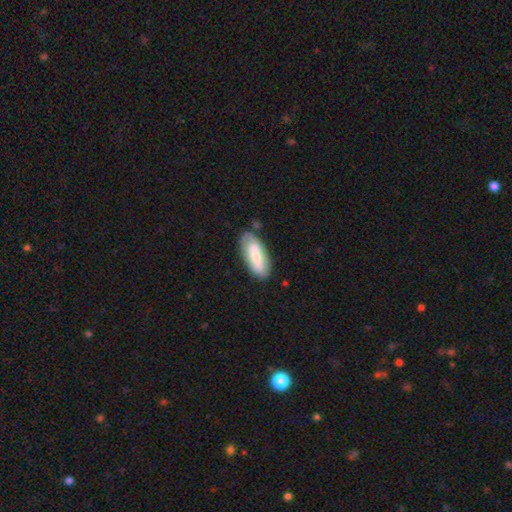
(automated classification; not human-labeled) A smooth galaxy with no disk features (66%) that is in between round and cigar-shaped (79%). Merging: none (75%).